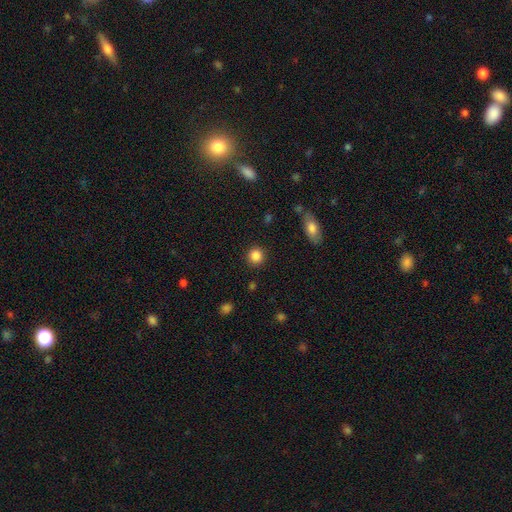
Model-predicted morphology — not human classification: Smooth or featured: smooth — 86% (star or artifact — 10%)
How rounded: round — 92% (in between — 7%)
Merging: none — 90% (minor disturbance — 6%)